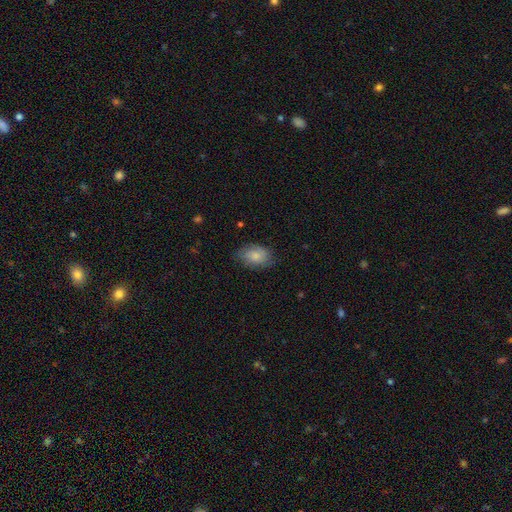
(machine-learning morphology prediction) Smooth or featured?
  - smooth: 78% *
  - featured or disk: 15%
  - star or artifact: 7%
How rounded?
  - in between: 87% *
  - round: 12%
  - cigar-shaped: 1%
Merging?
  - none: 75% *
  - minor disturbance: 20%
  - major disturbance: 5%
  - merger: 1%